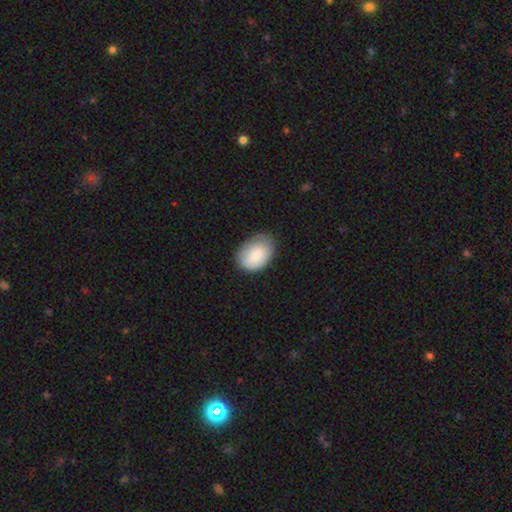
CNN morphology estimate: The model was most divided on "merging": none: 68%, minor disturbance: 25%, major disturbance: 5%, merger: 1%. More confident: how rounded — in between (83%); smooth or featured — smooth (81%).